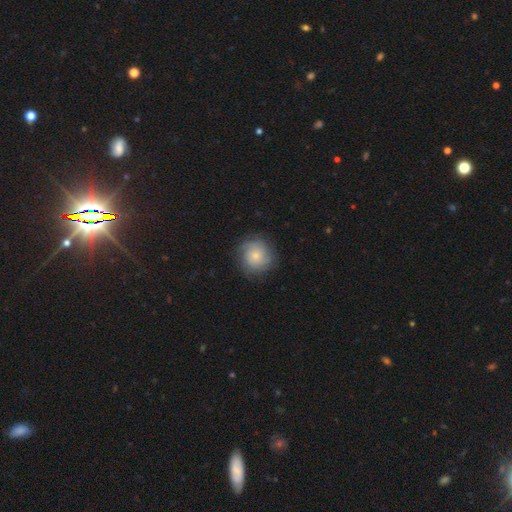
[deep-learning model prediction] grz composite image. It shows a smooth galaxy with no disk features (52%) that is round (90%). Merging: none (78%).